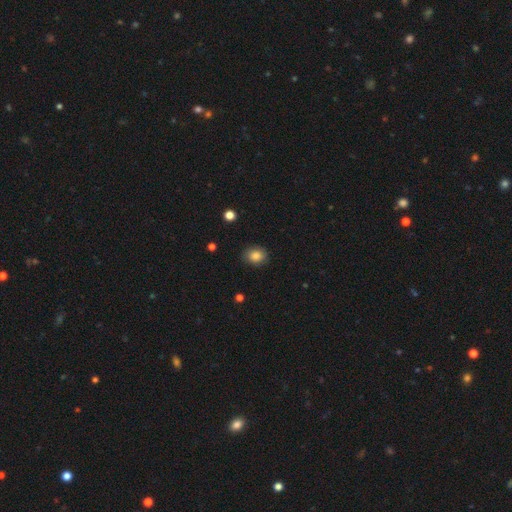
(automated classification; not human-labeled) Smooth or featured: smooth — 85% (star or artifact — 9%)
How rounded: round — 55% (in between — 44%)
Merging: none — 83% (minor disturbance — 13%)